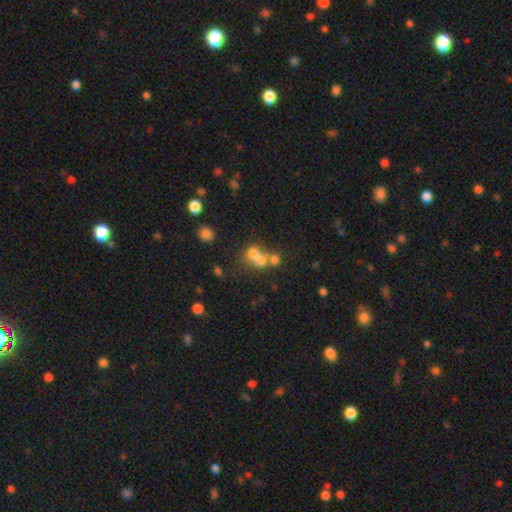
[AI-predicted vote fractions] This appears to be a smooth galaxy with no disk features (58%) that is in between round and cigar-shaped (54%). Merging: merger (55%).